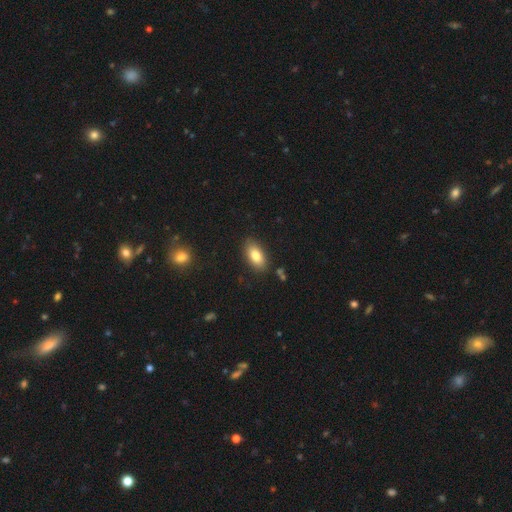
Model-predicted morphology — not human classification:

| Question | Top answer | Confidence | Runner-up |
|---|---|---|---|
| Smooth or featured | smooth | 81% | featured or disk (11%) |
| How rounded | in between | 90% | cigar-shaped (5%) |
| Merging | none | 85% | minor disturbance (10%) |